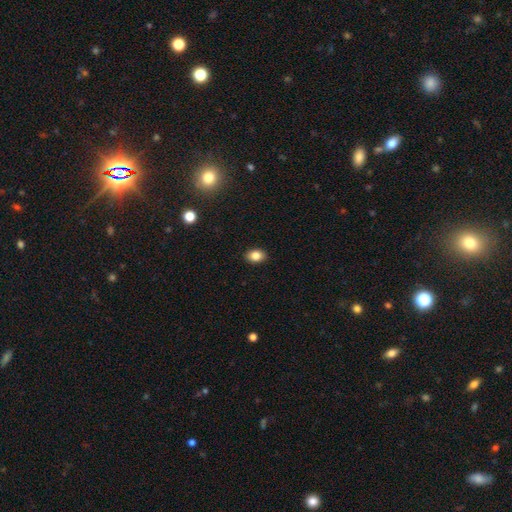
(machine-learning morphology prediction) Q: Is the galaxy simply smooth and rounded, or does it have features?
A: smooth — 84%.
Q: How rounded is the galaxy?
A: in between — 77%.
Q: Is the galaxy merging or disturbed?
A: none — 90%.